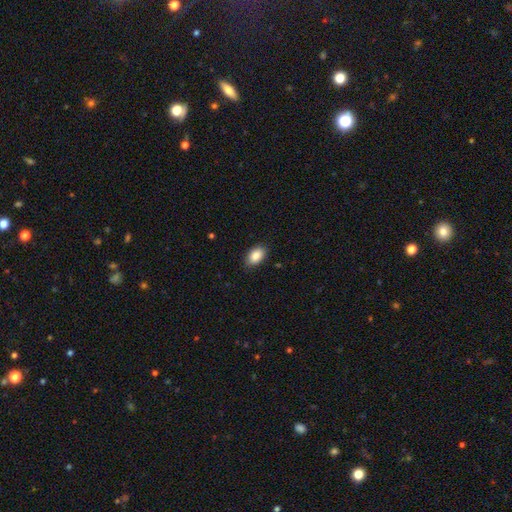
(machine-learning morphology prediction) This is clearly a smooth galaxy (88%). How rounded: clearly in between (92%). Merging: clearly none (87%).